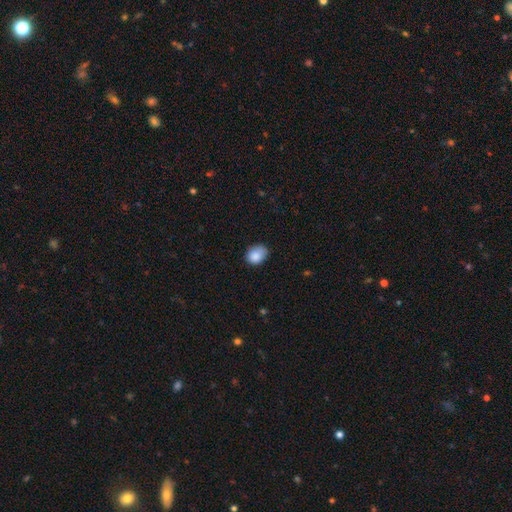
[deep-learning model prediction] Smooth or featured? smooth (86%)
How rounded? in between (52%)
Merging? none (67%)